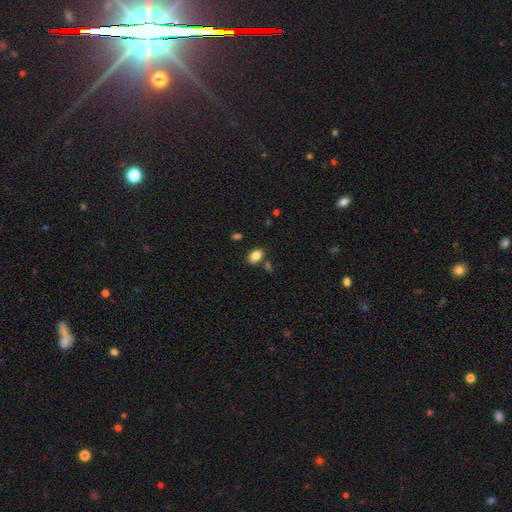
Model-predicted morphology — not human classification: The model was most divided on "merging": none: 77%, minor disturbance: 11%, merger: 9%, major disturbance: 3%. More confident: how rounded — in between (85%); smooth or featured — smooth (83%).